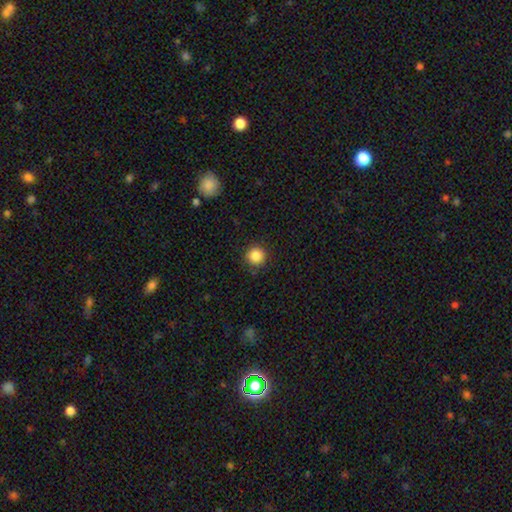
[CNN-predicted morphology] Q: Smooth or featured?
A: smooth (86%); runner-up: star or artifact (10%)
Q: How rounded?
A: round (95%); runner-up: in between (5%)
Q: Merging?
A: none (90%); runner-up: minor disturbance (7%)